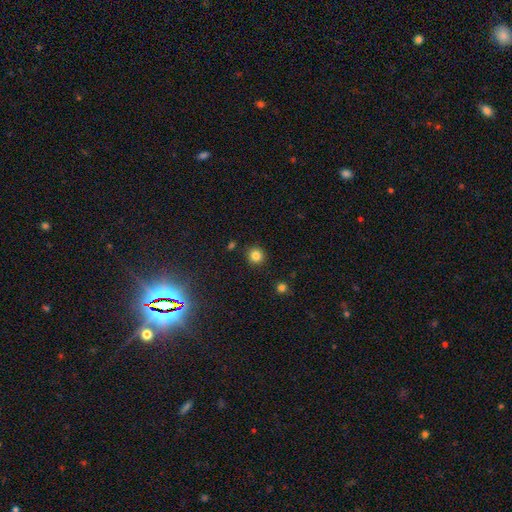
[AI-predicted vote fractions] This appears to be a smooth galaxy with no disk features (82%) that is round (92%). Merging: none (90%).